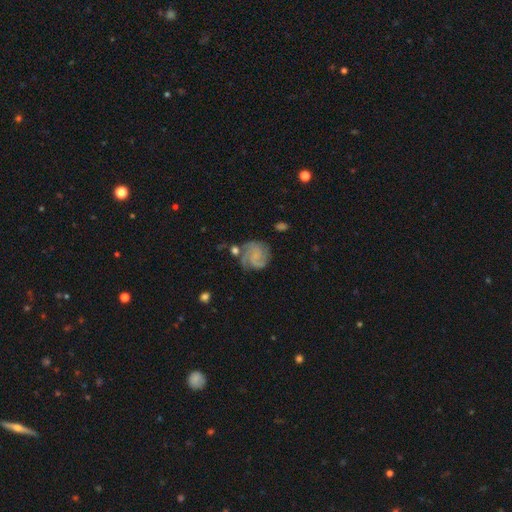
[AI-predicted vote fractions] This appears to be a featured or disk galaxy (76%) with no bar (61%), 3 (37%) tight (45%) spiral arms (94%) and a small central bulge (45%). Merging: none (60%).